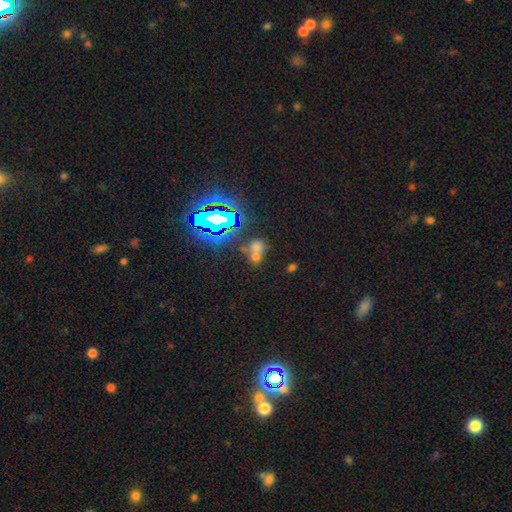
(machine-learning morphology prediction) Smooth or featured: smooth — 49% (star or artifact — 38%)
Merging: merger — 54% (none — 32%)